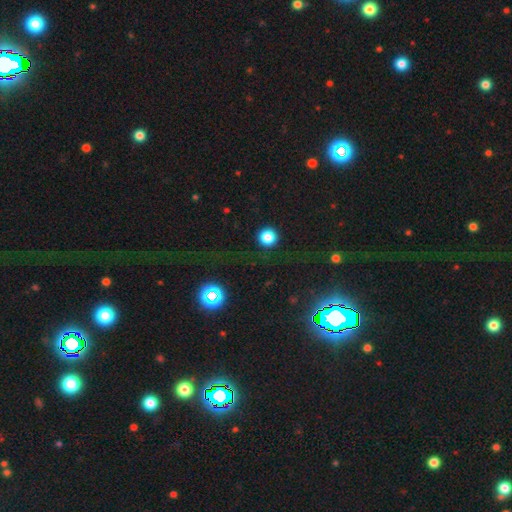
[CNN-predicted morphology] A star or artifact, not a galaxy (73%).